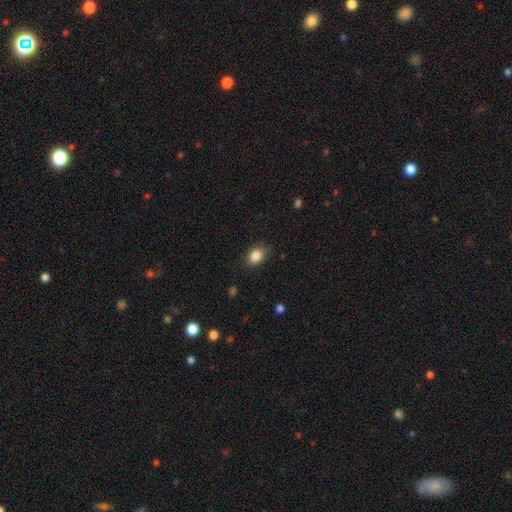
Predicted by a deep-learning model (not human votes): A smooth galaxy with no disk features (87%) that is in between round and cigar-shaped (79%).

Vote fractions:
- Smooth or featured? smooth: 87% / star or artifact: 8% / featured or disk: 5%
- How rounded? in between: 79% / round: 20% / cigar-shaped: 1%
- Merging? none: 82% / minor disturbance: 14% / major disturbance: 3% / merger: 1%